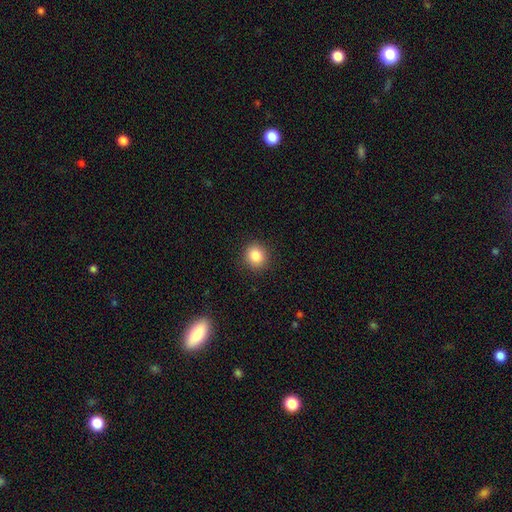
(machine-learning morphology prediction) smooth_or_featured: smooth (p=0.84) [alt: star or artifact p=0.10]
how_rounded: round (p=0.85) [alt: in between p=0.14]
merging: none (p=0.90) [alt: minor disturbance p=0.07]